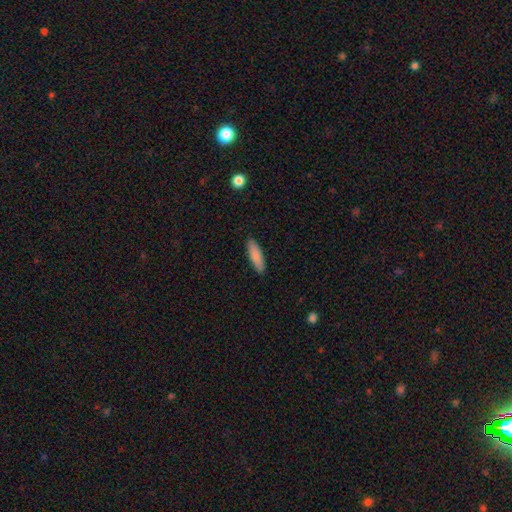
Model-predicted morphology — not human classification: This appears to be a smooth galaxy with no disk features (86%) that is cigar-shaped (59%). Merging: none (89%).